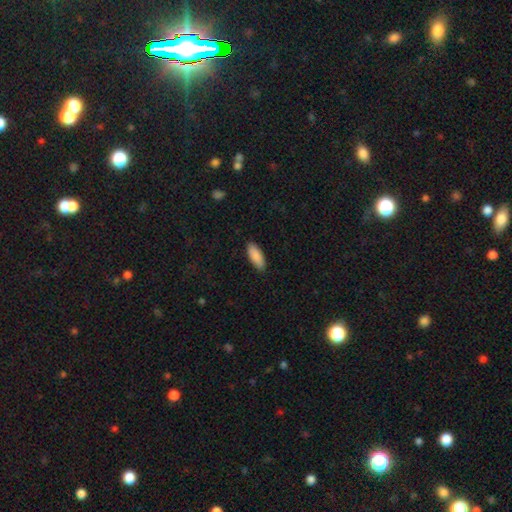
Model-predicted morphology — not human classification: Smooth or featured? smooth (89%)
How rounded? in between (79%)
Merging? none (88%)